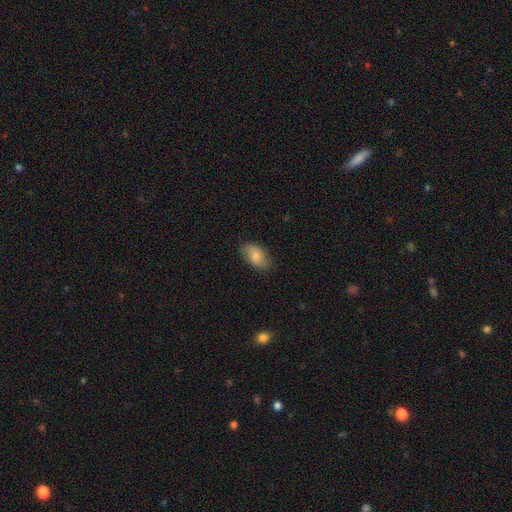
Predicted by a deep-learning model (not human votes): Smooth or featured: smooth — 79% (featured or disk — 14%)
How rounded: in between — 93% (round — 5%)
Merging: none — 80% (minor disturbance — 16%)